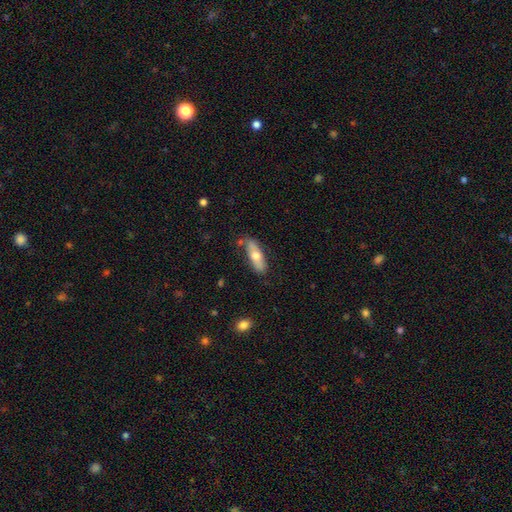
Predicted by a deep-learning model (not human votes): This appears to be a smooth galaxy with no disk features (62%) that is in between round and cigar-shaped (53%). Merging: none (75%).